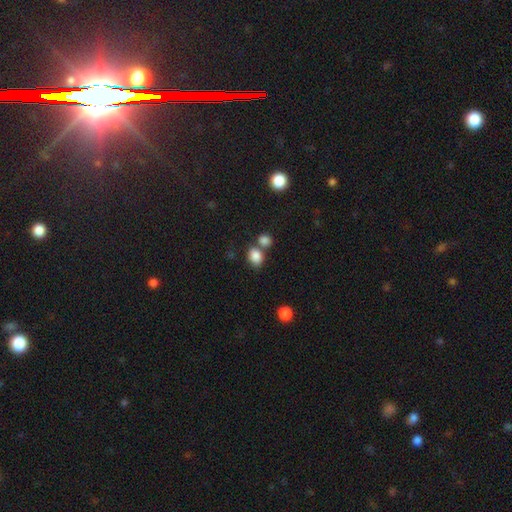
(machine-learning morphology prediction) smooth_or_featured: smooth (p=0.85) [alt: star or artifact p=0.10]
how_rounded: in between (p=0.53) [alt: round p=0.46]
merging: none (p=0.53) [alt: merger p=0.33]